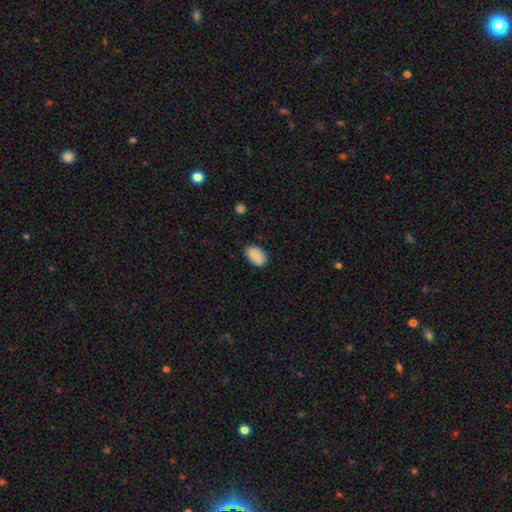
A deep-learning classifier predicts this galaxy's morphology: smooth_or_featured: smooth (p=0.88) [alt: star or artifact p=0.07]
how_rounded: in between (p=0.92) [alt: round p=0.07]
merging: none (p=0.82) [alt: minor disturbance p=0.14]